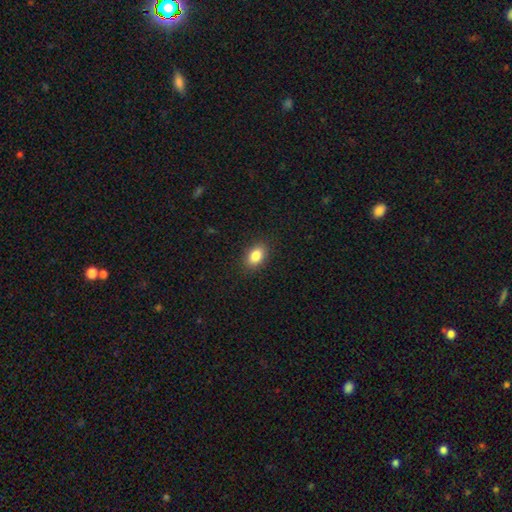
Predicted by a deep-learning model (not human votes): Smooth or featured? smooth (85%)
How rounded? in between (82%)
Merging? none (89%)